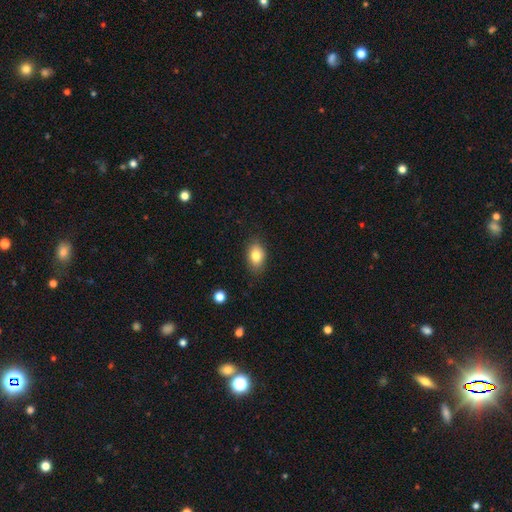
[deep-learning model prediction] Smooth or featured: smooth — 82% (featured or disk — 10%)
How rounded: in between — 85% (round — 13%)
Merging: none — 83% (minor disturbance — 13%)